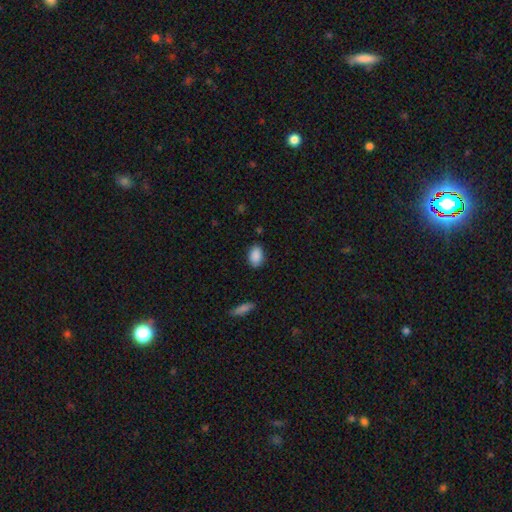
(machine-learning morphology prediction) Smooth or featured: smooth — 89% (star or artifact — 7%)
How rounded: in between — 86% (round — 13%)
Merging: none — 85% (minor disturbance — 10%)